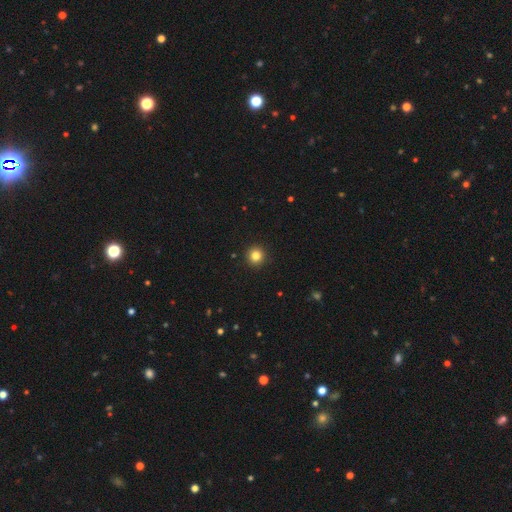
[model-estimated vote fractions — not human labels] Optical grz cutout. It shows a smooth galaxy with no disk features (82%) that is round (95%). Merging: none (93%).